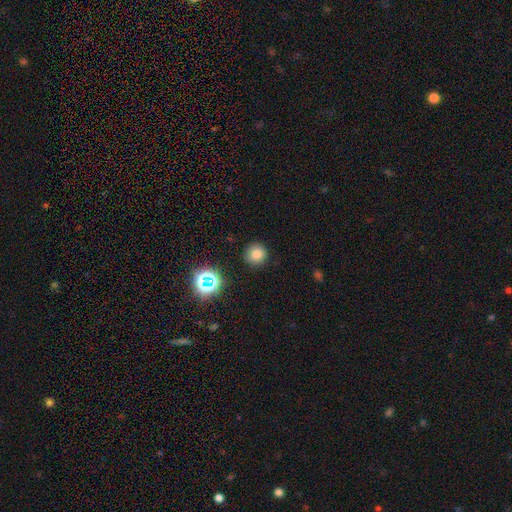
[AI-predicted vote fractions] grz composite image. It shows a smooth galaxy with no disk features (76%) that is round (94%). Merging: none (90%).